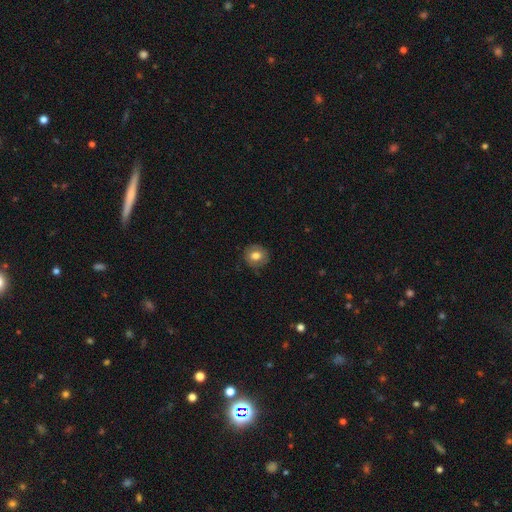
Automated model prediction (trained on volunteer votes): Q: Smooth or featured?
A: smooth (73%); runner-up: featured or disk (18%)
Q: How rounded?
A: round (85%); runner-up: in between (15%)
Q: Merging?
A: none (83%); runner-up: minor disturbance (13%)